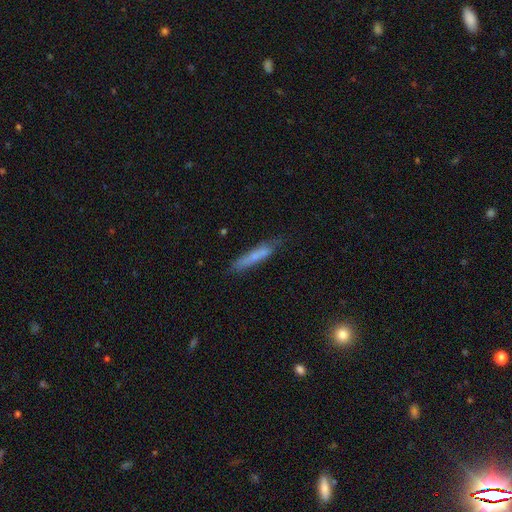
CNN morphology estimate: This is likely a smooth galaxy (63%). How rounded: clearly cigar-shaped (90%). Merging: likely none (69%).